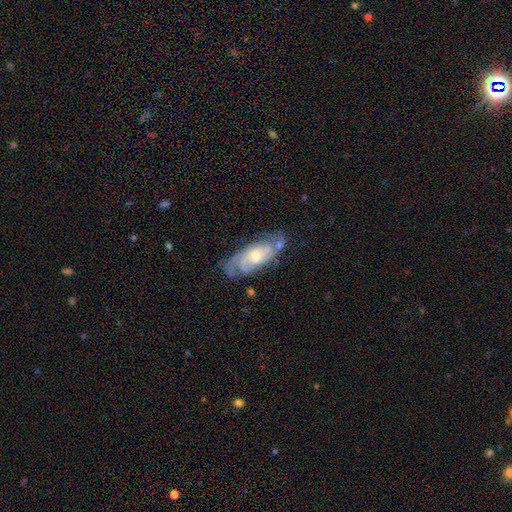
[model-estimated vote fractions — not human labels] A featured or disk galaxy (84%) with no bar (58%), 2 (32%) tight (53%) spiral arms (96%) and a moderate central bulge (48%).

Vote fractions:
- Smooth or featured? featured or disk: 84% / smooth: 11% / star or artifact: 6%
- Edge-on disk? no: 92% / yes: 8%
- Bar? no: 58% / weak: 35% / strong: 7%
- Spiral arms? yes: 96% / no: 4%
- Spiral winding? tight: 53% / medium: 38% / loose: 9%
- Spiral arm count? 2: 32% / can't tell: 26% / 3: 23% / 4: 11% / more than 4: 4% / 1: 4%
- Bulge size? moderate: 48% / small: 44% / large: 4% / none: 3% / dominant: 1%
- Merging? none: 70% / minor disturbance: 20% / major disturbance: 7% / merger: 3%